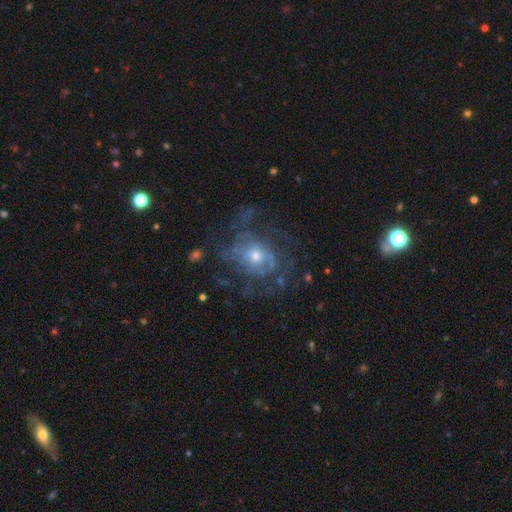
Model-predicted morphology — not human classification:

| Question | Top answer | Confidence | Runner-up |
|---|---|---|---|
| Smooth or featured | featured or disk | 73% | smooth (16%) |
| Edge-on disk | no | 97% | yes (3%) |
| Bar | no | 80% | weak (17%) |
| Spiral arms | yes | 71% | no (29%) |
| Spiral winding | tight | 43% | medium (37%) |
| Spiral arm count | can't tell | 52% | 2 (13%) |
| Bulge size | small | 47% | tied: moderate (47%) |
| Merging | none | 58% | major disturbance (22%) |